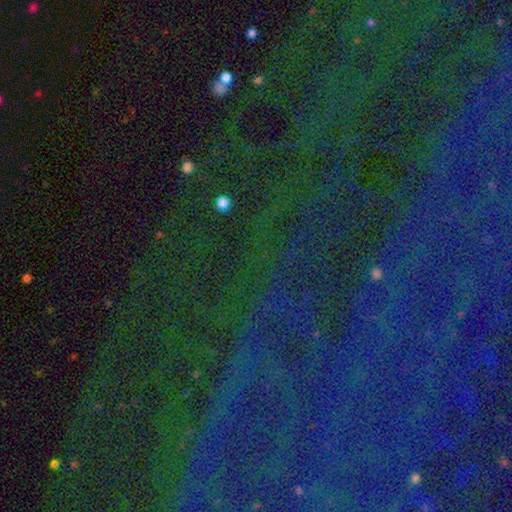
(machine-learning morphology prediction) This appears to be a star or artifact, not a galaxy (84%).